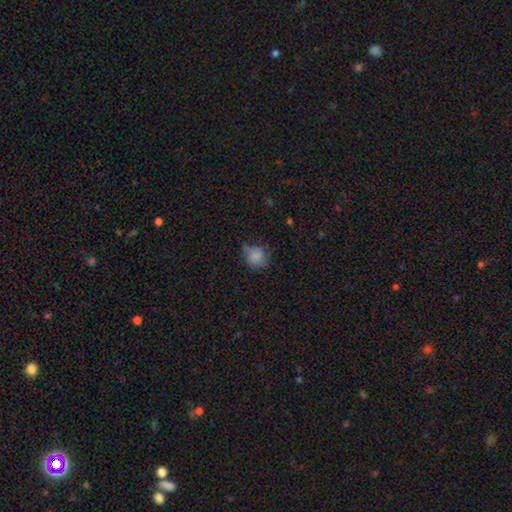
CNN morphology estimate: Q: Smooth or featured?
A: smooth (78%); runner-up: featured or disk (12%)
Q: How rounded?
A: round (69%); runner-up: in between (29%)
Q: Merging?
A: none (48%); runner-up: minor disturbance (35%)